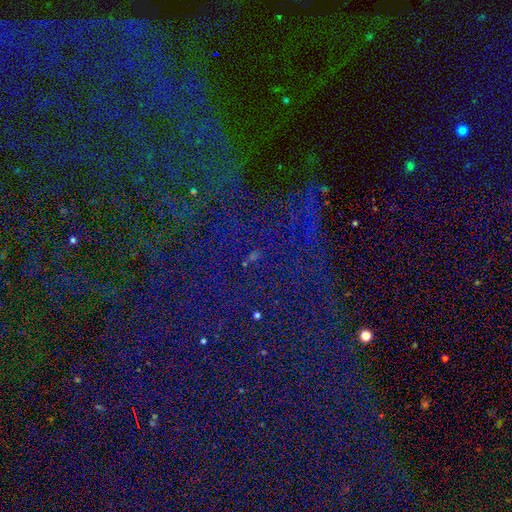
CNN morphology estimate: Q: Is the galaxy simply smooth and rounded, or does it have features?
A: star or artifact — 84%.